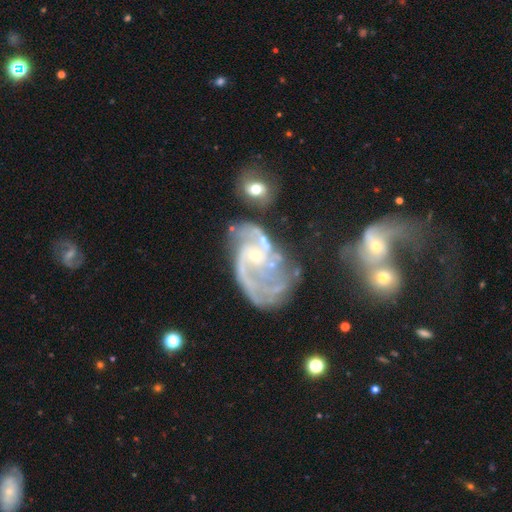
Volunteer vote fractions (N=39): Smooth or featured: featured or disk — 92% (smooth — 5%)
Edge-on disk: no — 100%
Bar: no — 61% (weak — 31%)
Spiral arms: yes — 97% (no — 3%)
Spiral winding: loose — 54% (medium — 40%)
Spiral arm count: 2 — 60% (1 — 23%)
Bulge size: small — 72% (moderate — 14%)
Merging: major disturbance — 29% (minor disturbance — 26%)